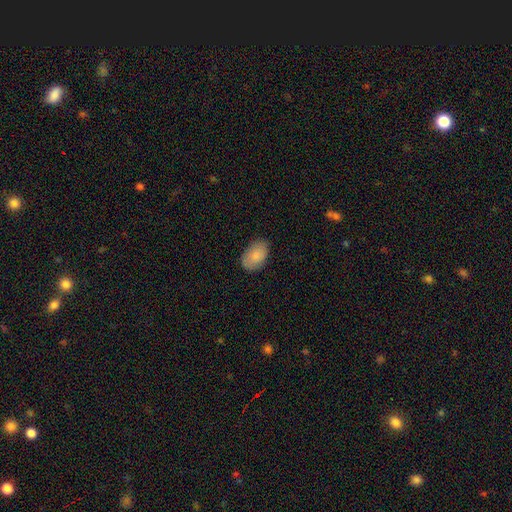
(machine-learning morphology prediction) smooth_or_featured: smooth (p=0.85) [alt: featured or disk p=0.09]
how_rounded: in between (p=0.91) [alt: round p=0.08]
merging: none (p=0.81) [alt: minor disturbance p=0.15]